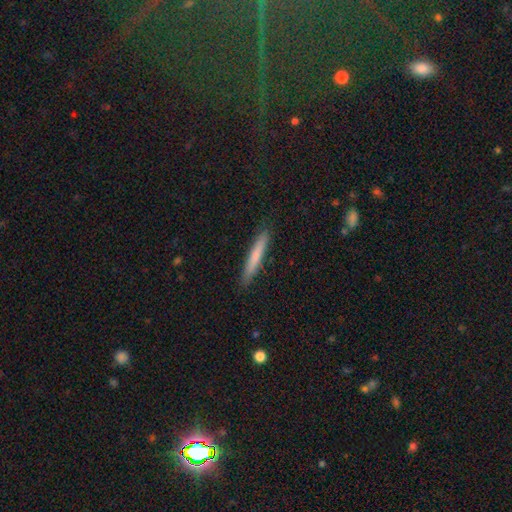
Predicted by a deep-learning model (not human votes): Morphology: type=smooth (71%); roundness=cigar-shaped (96%); merging=none (90%).